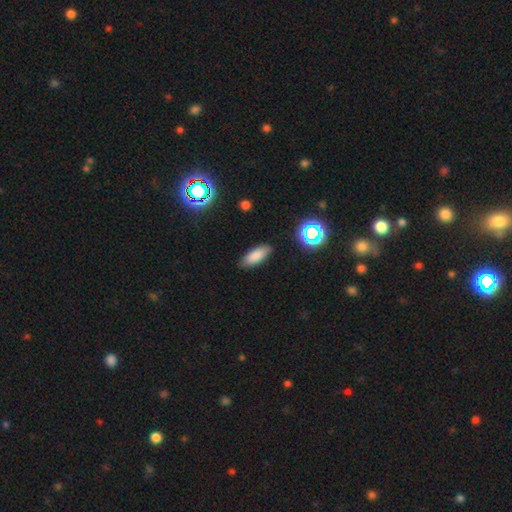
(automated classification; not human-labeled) smooth-or-featured: smooth: 82% | star or artifact: 10% | featured or disk: 8%
  how-rounded: in between: 76% | cigar-shaped: 22% | round: 2%
  merging: none: 85% | minor disturbance: 11% | major disturbance: 2% | merger: 1%